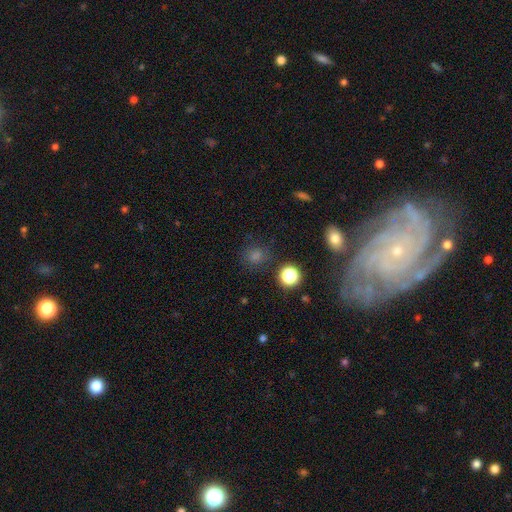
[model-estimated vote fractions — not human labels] Morphology: type=smooth (67%); roundness=round (84%); merging=none (83%).